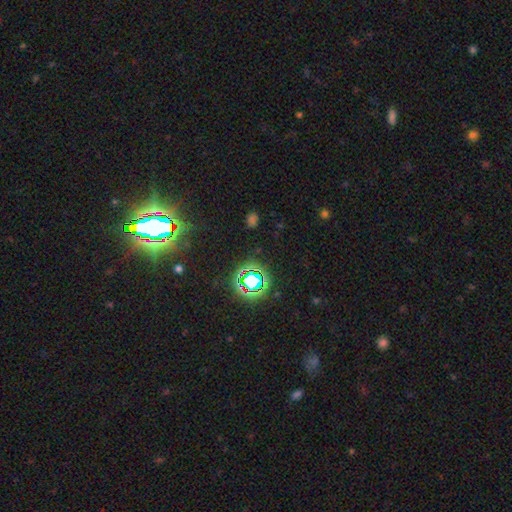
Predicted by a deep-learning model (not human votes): Overall: star or artifact (79%).